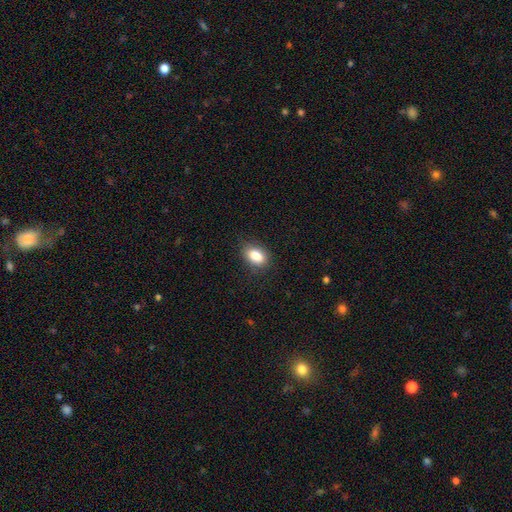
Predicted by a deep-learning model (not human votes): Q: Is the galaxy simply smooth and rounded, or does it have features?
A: smooth — 86%.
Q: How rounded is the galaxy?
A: in between — 84%.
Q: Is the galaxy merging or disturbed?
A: none — 81%.